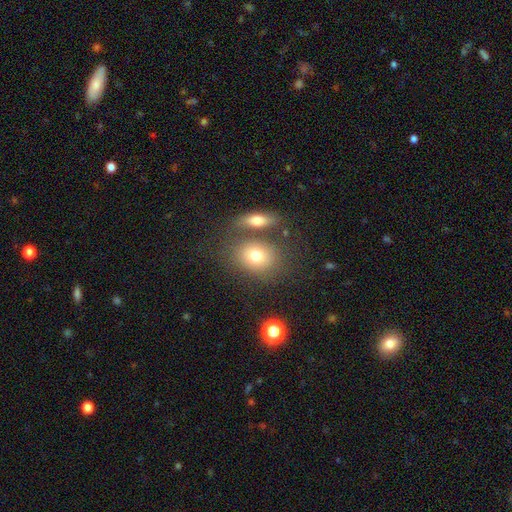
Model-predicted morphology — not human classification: This is likely a smooth galaxy (74%). How rounded: possibly in between (50%). Merging: likely none (61%).